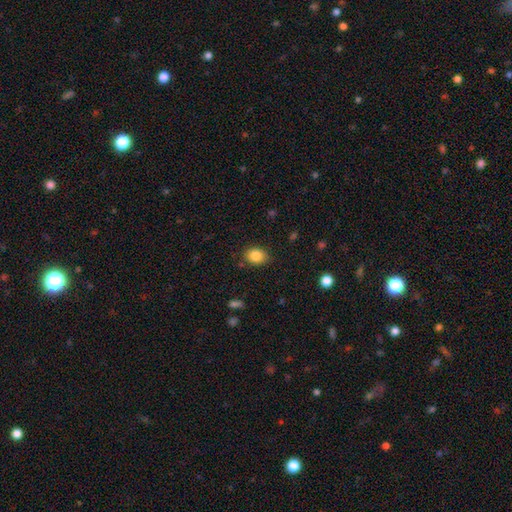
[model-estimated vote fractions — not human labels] smooth-or-featured: smooth: 85% | star or artifact: 9% | featured or disk: 6%
  how-rounded: in between: 54% | round: 45% | cigar-shaped: 1%
  merging: none: 84% | minor disturbance: 12% | major disturbance: 3% | merger: 2%